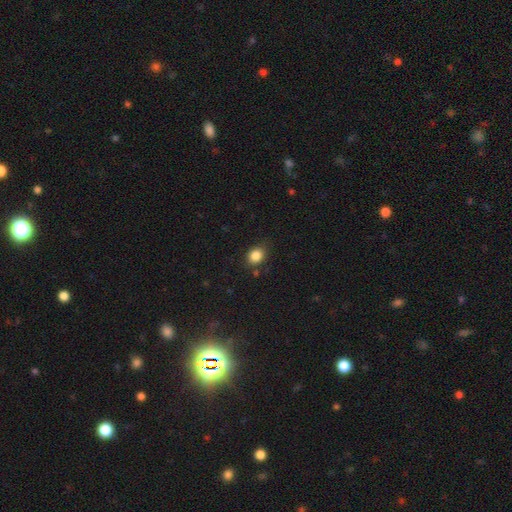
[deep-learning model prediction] This is clearly a smooth galaxy (85%). How rounded: possibly round (53%). Merging: likely none (78%).